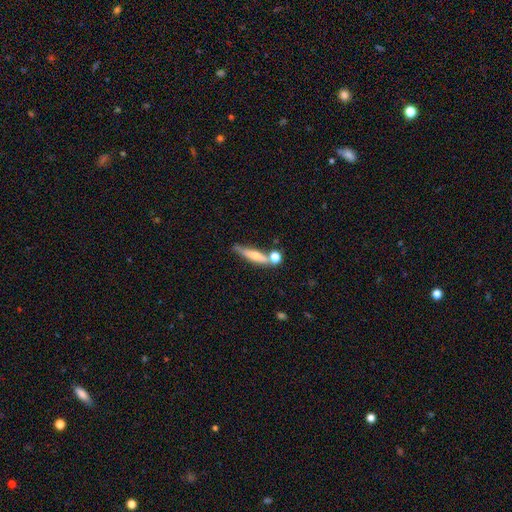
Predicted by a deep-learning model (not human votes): A smooth galaxy with no disk features (52%) that is cigar-shaped (77%). Merging: none (57%).